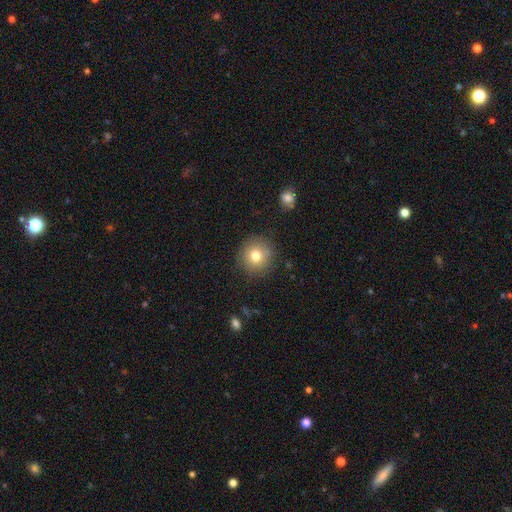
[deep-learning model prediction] Smooth or featured? smooth (76%)
How rounded? round (93%)
Merging? none (88%)